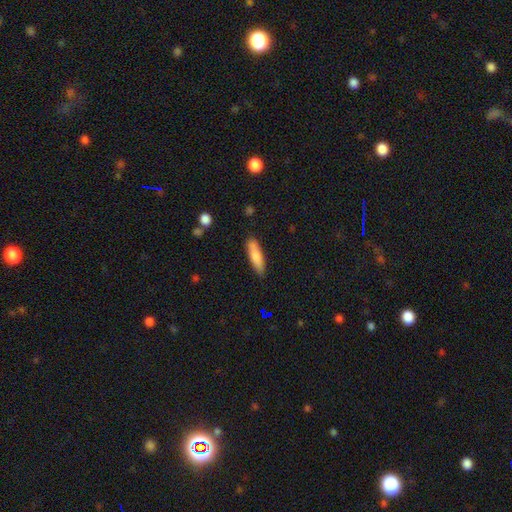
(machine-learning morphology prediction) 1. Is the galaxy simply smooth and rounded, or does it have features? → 79% smooth, 15% featured or disk, 6% star or artifact.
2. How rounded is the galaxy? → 66% cigar-shaped, 33% in between, 2% round.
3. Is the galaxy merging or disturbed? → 82% none, 13% minor disturbance, 2% major disturbance, 2% merger.